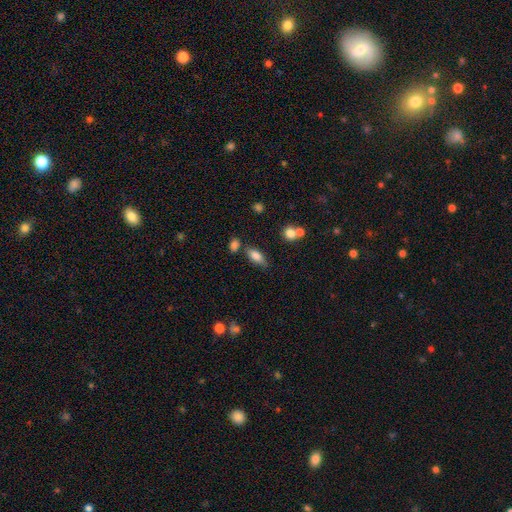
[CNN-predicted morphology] smooth 79%, featured or disk 12%, star or artifact 9%. Down the decision tree: how rounded — in between (79%); merging — none (60%).